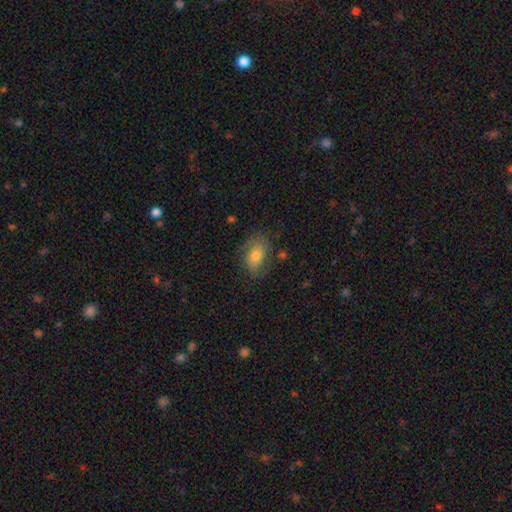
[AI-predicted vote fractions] Morphology: type=smooth (64%); roundness=in between (82%); merging=none (69%).